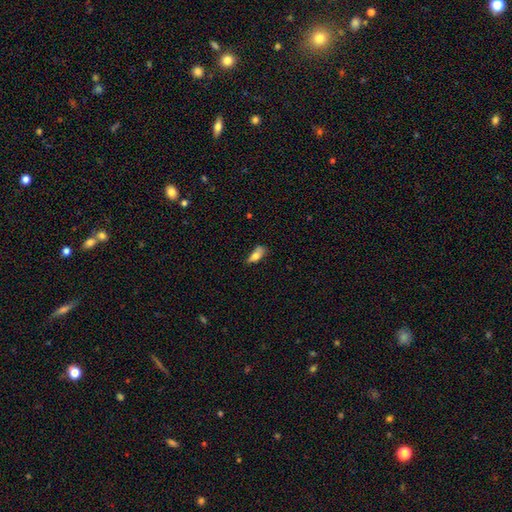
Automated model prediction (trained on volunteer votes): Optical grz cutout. It shows a smooth galaxy with no disk features (75%) that is in between round and cigar-shaped (78%). Merging: none (51%).